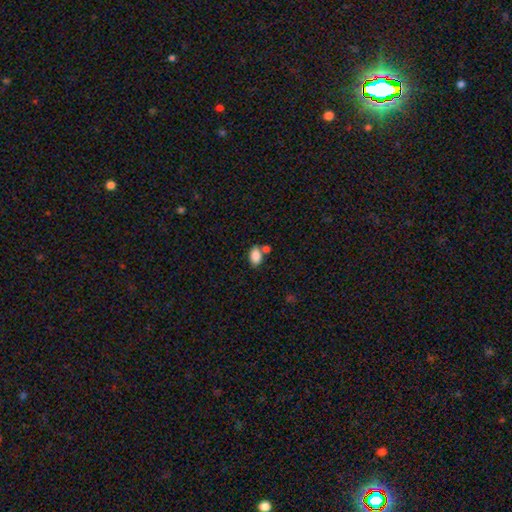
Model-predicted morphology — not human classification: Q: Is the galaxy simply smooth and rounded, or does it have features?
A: smooth — 86%.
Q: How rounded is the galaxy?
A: in between — 89%.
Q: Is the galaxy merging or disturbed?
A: none — 55%.